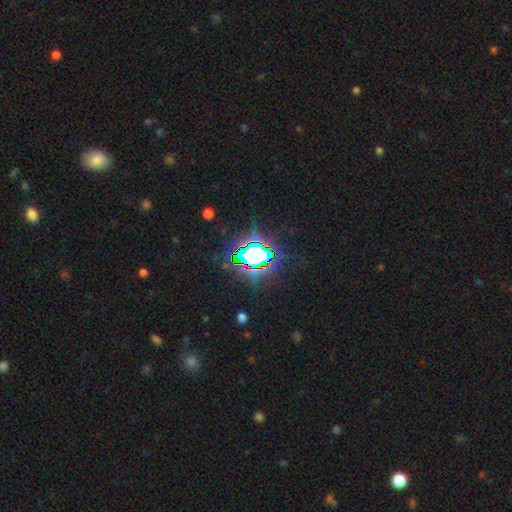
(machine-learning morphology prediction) Smooth or featured?
  - star or artifact: 71% *
  - smooth: 18%
  - featured or disk: 12%